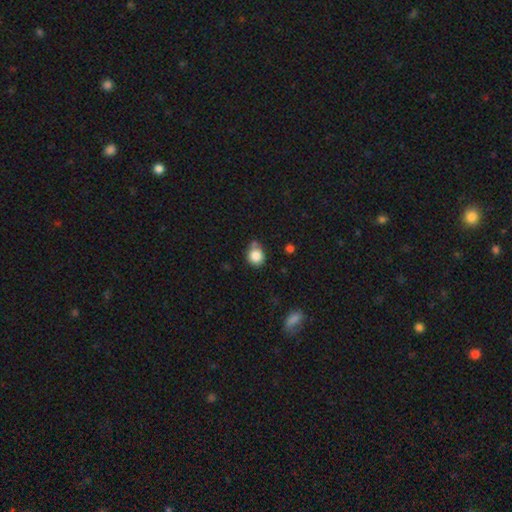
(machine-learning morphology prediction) Smooth or featured?
  - smooth: 84% *
  - star or artifact: 10%
  - featured or disk: 6%
How rounded?
  - round: 77% *
  - in between: 22%
  - cigar-shaped: 1%
Merging?
  - none: 56% *
  - minor disturbance: 25%
  - merger: 13%
  - major disturbance: 5%